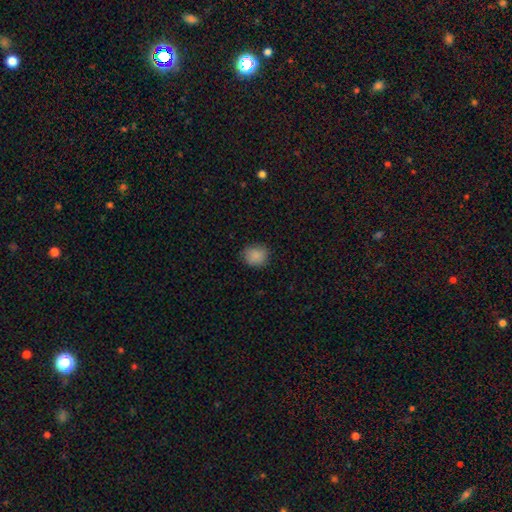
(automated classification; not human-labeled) This appears to be a smooth galaxy with no disk features (87%) that is round (75%). Merging: none (84%).